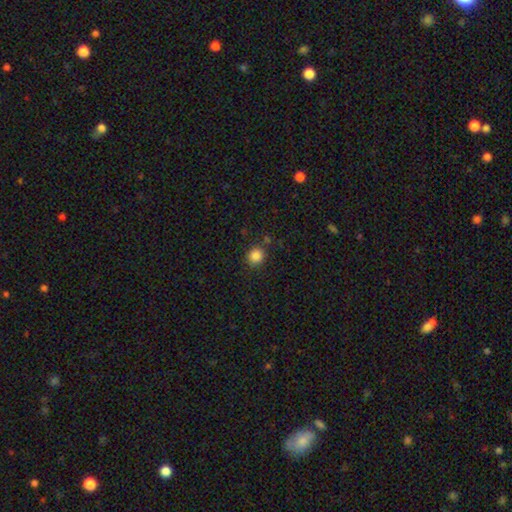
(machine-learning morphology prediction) Smooth or featured? smooth (85%)
How rounded? round (87%)
Merging? none (83%)